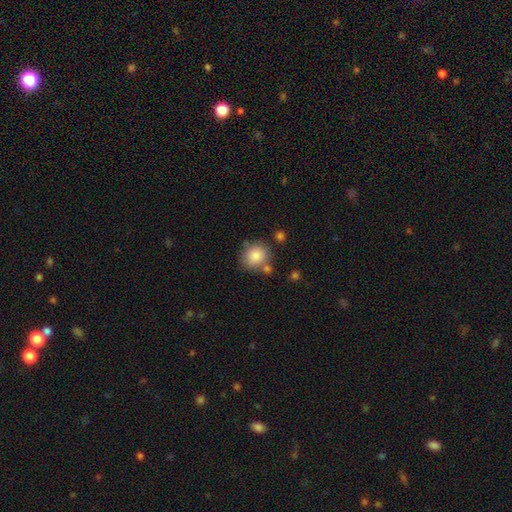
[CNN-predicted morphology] Smooth or featured: smooth — 84% (star or artifact — 8%)
How rounded: round — 80% (in between — 19%)
Merging: none — 69% (minor disturbance — 14%)